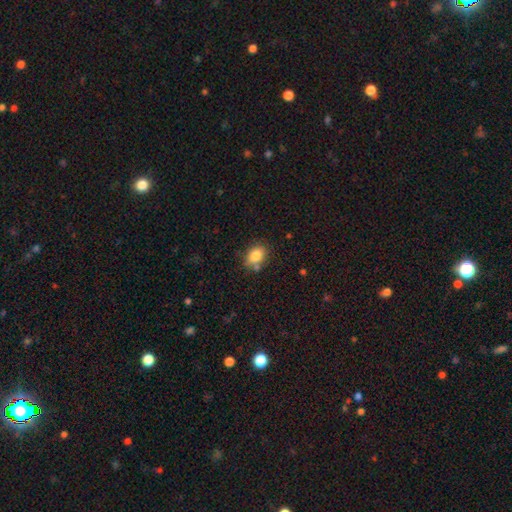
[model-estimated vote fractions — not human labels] Smooth or featured? Predicted: smooth (p=0.82). How rounded? Predicted: in between (p=0.70). Merging? Predicted: none (p=0.68).